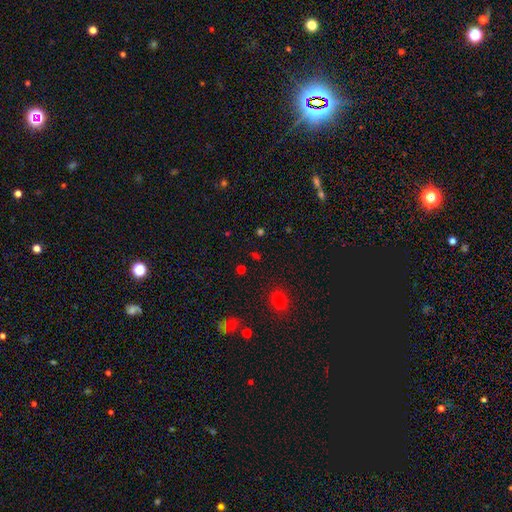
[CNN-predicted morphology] smooth-or-featured: smooth: 53% | star or artifact: 41% | featured or disk: 6%
  how-rounded: round: 59% | in between: 38% | cigar-shaped: 2%
  merging: none: 83% | minor disturbance: 9% | major disturbance: 4% | merger: 4%